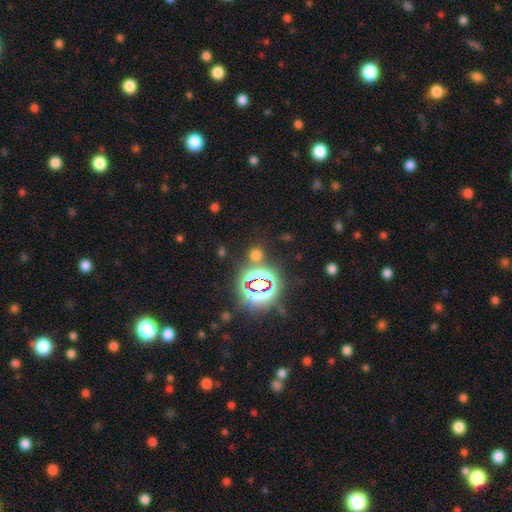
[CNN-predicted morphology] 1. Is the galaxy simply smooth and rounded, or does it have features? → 48% smooth, 45% star or artifact, 7% featured or disk.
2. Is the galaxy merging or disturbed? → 77% none, 9% merger, 9% minor disturbance, 5% major disturbance.